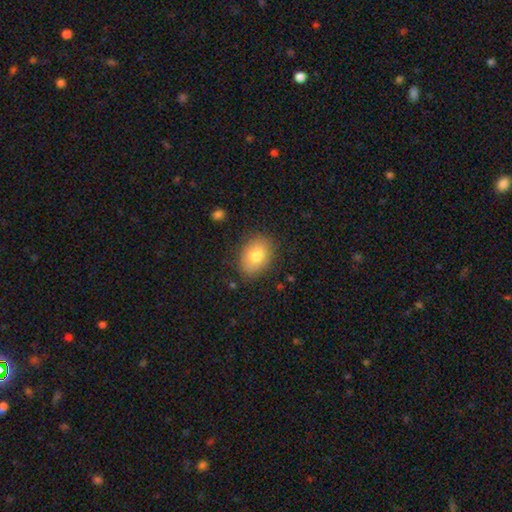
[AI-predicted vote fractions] Overall: smooth (78%). How rounded: in between (75%). Merging: none (83%).